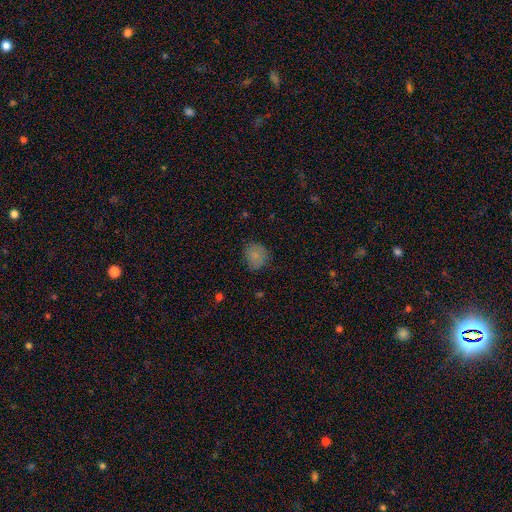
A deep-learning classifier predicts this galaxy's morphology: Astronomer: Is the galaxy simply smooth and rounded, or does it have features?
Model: smooth — 82%.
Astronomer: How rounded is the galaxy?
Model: round — 73%.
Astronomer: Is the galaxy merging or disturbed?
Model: none — 76%.